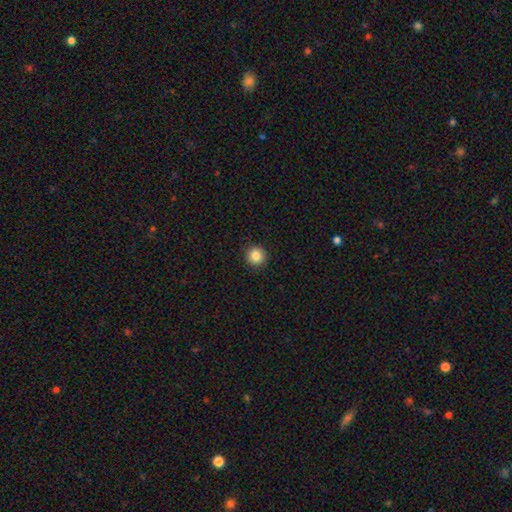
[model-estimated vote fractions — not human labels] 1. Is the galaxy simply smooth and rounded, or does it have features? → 85% smooth, 10% star or artifact, 5% featured or disk.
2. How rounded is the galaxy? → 95% round, 4% in between, 1% cigar-shaped.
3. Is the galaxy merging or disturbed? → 93% none, 5% minor disturbance, 2% major disturbance, 1% merger.